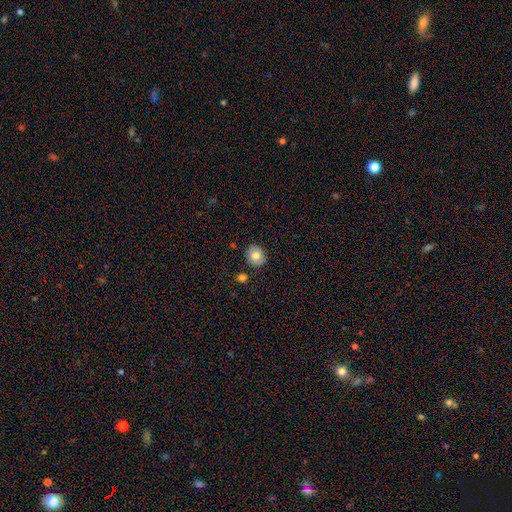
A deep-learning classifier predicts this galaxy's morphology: smooth 79%, featured or disk 12%, star or artifact 9%. Down the decision tree: how rounded — round (79%); merging — none (85%).